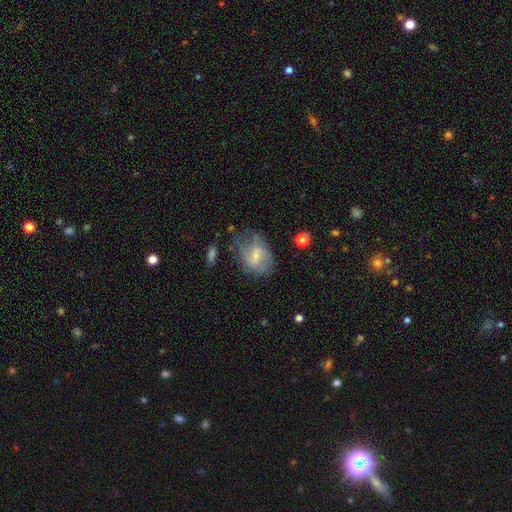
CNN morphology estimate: Smooth or featured: featured or disk — 55% (smooth — 37%)
Edge-on disk: no — 96% (yes — 4%)
Bar: weak — 52% (no — 35%)
Spiral arms: yes — 67% (no — 33%)
Bulge size: small — 57% (moderate — 29%)
Merging: none — 47% (minor disturbance — 27%)